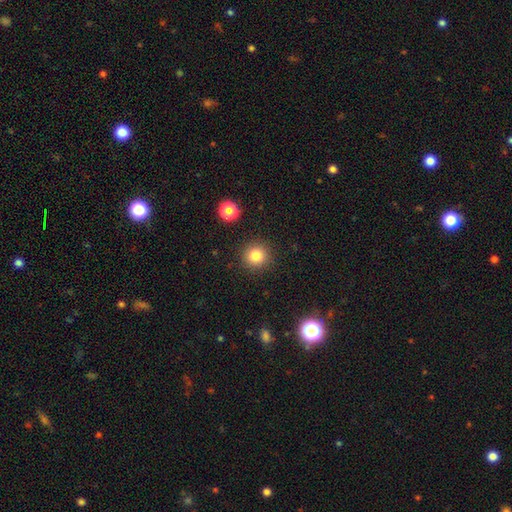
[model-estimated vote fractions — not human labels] Morphology: type=smooth (83%); roundness=round (93%); merging=none (90%).